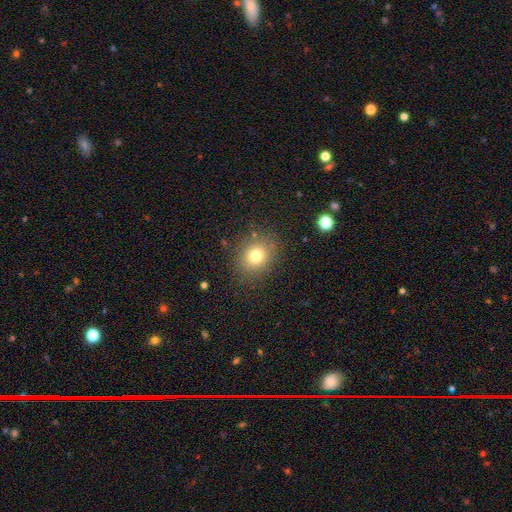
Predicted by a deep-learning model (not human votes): Smooth or featured? smooth (76%)
How rounded? round (68%)
Merging? none (84%)